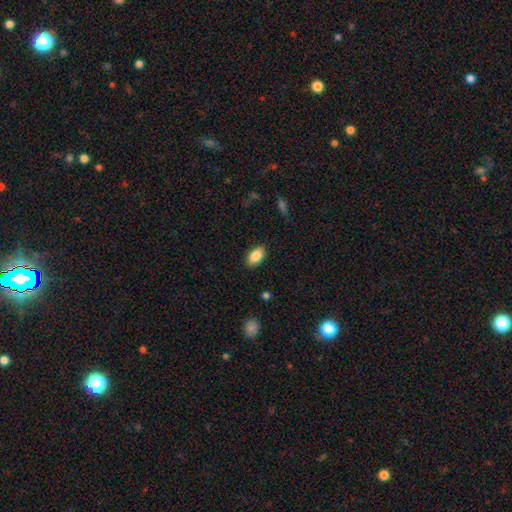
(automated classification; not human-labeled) Smooth or featured? Predicted: smooth (p=0.87). How rounded? Predicted: in between (p=0.93). Merging? Predicted: none (p=0.87).